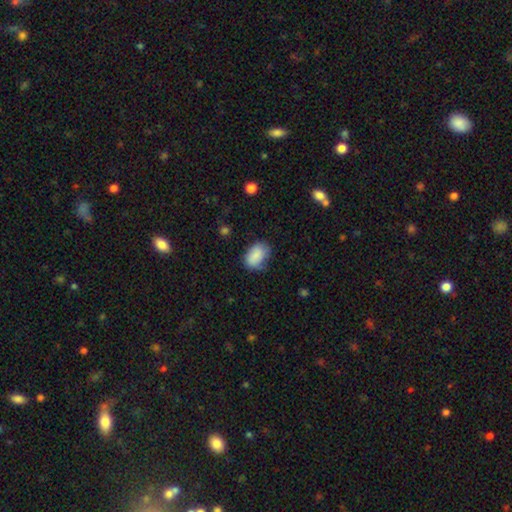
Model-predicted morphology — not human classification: Smooth or featured? Predicted: smooth (p=0.84). How rounded? Predicted: in between (p=0.83). Merging? Predicted: none (p=0.59).